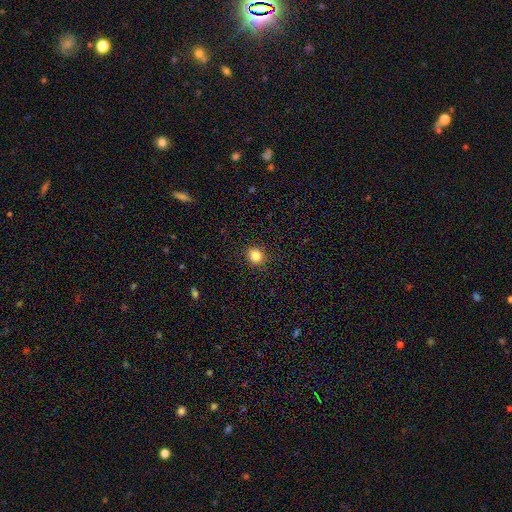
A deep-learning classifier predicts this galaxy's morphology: This appears to be a smooth galaxy with no disk features (84%) that is round (82%). Merging: none (91%).